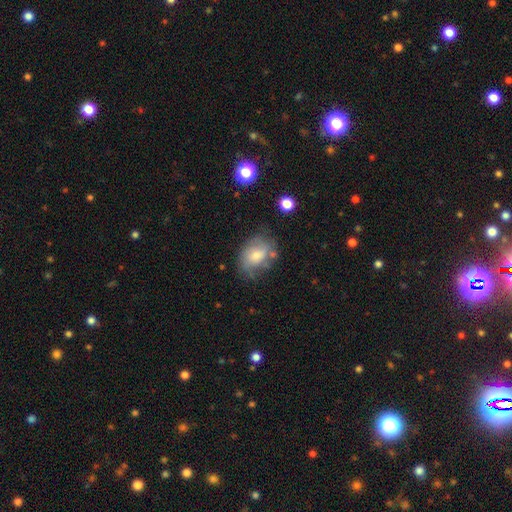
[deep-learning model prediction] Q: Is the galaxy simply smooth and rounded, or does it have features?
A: smooth — 51%.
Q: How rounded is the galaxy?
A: in between — 67%.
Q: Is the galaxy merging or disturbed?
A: none — 56%.